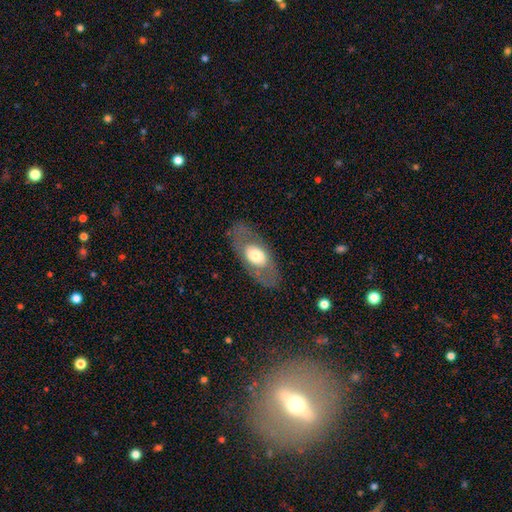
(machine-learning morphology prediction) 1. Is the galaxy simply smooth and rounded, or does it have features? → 50% smooth, 43% featured or disk, 6% star or artifact.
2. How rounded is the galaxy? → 87% in between, 8% round, 5% cigar-shaped.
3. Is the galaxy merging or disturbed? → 79% none, 12% minor disturbance, 8% major disturbance, 1% merger.